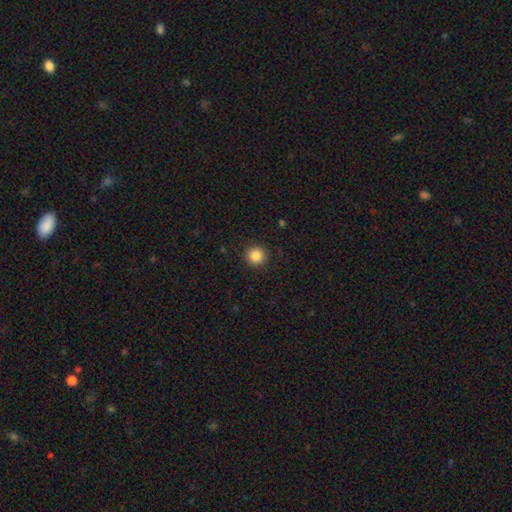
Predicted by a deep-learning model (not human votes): Q: Smooth or featured?
A: smooth (85%); runner-up: star or artifact (11%)
Q: How rounded?
A: round (94%); runner-up: in between (5%)
Q: Merging?
A: none (92%); runner-up: minor disturbance (5%)